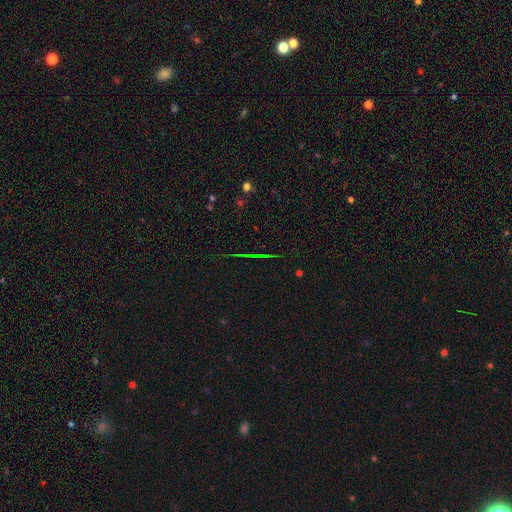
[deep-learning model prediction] A star or artifact, not a galaxy (72%).